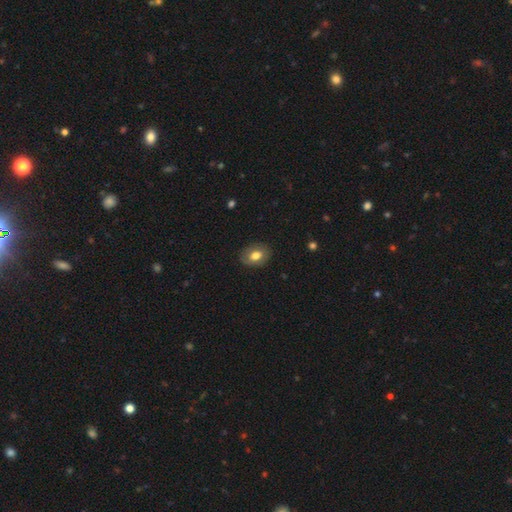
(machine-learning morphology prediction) smooth 70%, featured or disk 23%, star or artifact 7%. Down the decision tree: how rounded — in between (72%); merging — none (83%).